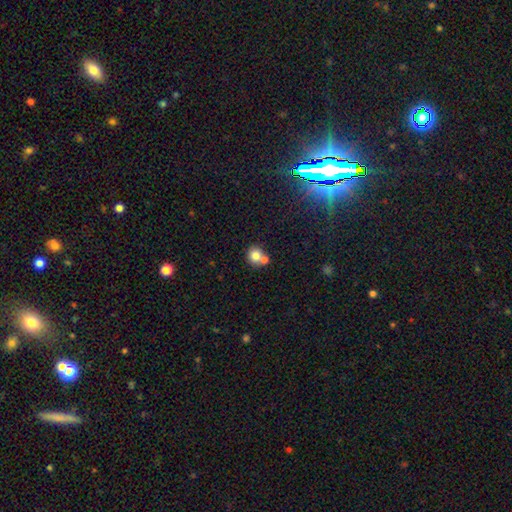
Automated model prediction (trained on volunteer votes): Smooth or featured? Predicted: smooth (p=0.77). How rounded? Predicted: round (p=0.82). Merging? Predicted: none (p=0.46).